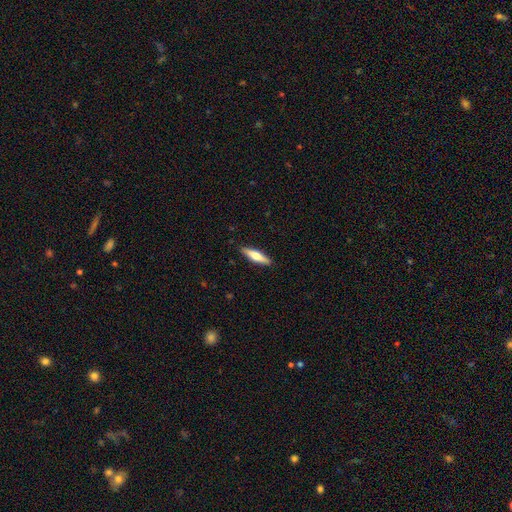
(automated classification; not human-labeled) The model was most divided on "smooth or featured": smooth: 55%, featured or disk: 39%, star or artifact: 6%. More confident: merging — none (90%); how rounded — cigar-shaped (72%).